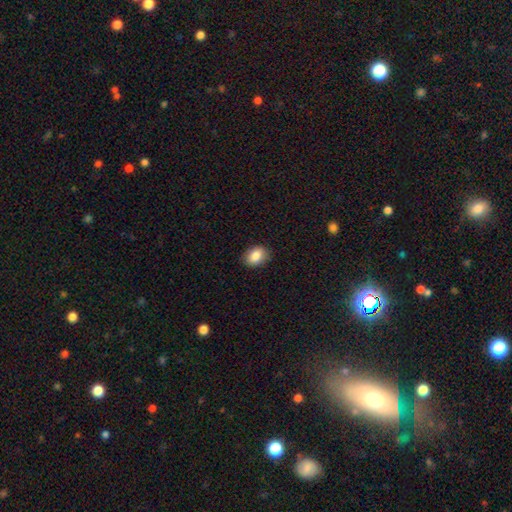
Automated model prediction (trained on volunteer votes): smooth 86%, star or artifact 8%, featured or disk 6%. Down the decision tree: how rounded — in between (74%); merging — none (86%).